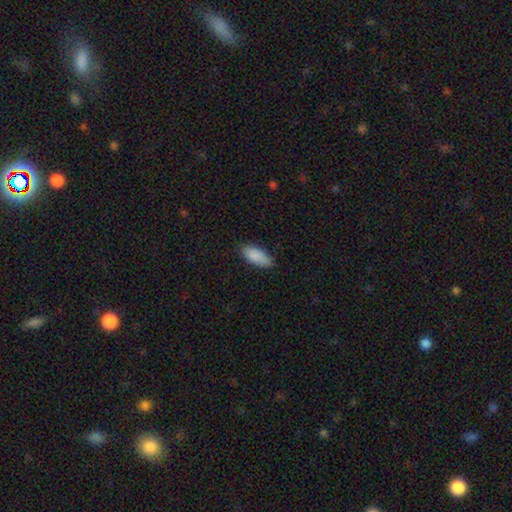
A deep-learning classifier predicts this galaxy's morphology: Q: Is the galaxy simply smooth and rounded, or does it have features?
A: smooth — 89%.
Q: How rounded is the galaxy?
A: in between — 84%.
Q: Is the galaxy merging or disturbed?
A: none — 80%.